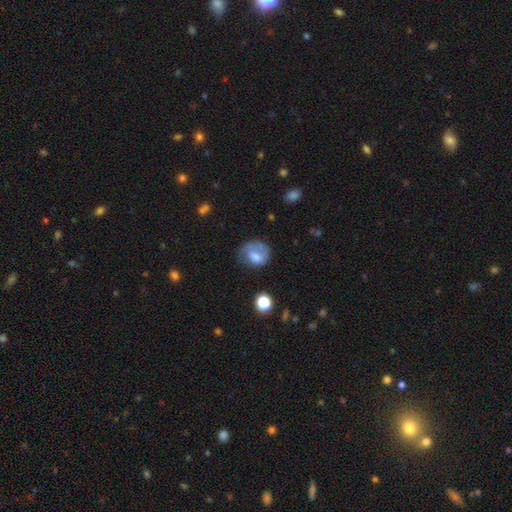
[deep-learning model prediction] Smooth or featured? smooth (46%)
Merging? none (49%)